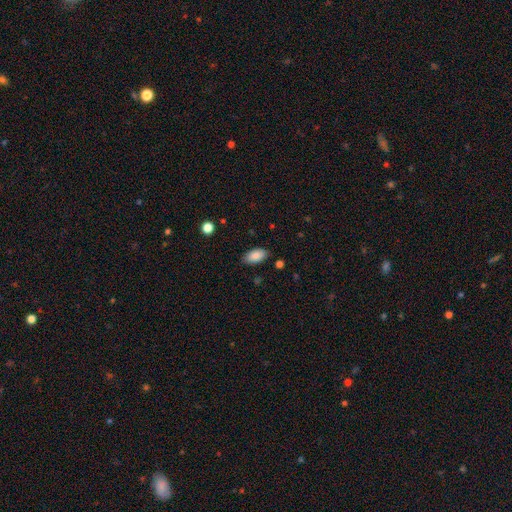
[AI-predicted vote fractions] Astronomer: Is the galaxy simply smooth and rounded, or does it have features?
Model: smooth — 87%.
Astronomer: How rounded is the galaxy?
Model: in between — 93%.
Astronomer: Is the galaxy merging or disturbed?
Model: none — 85%.